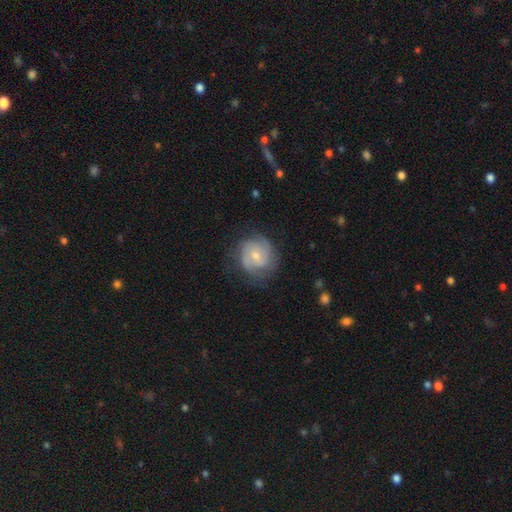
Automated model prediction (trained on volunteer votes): Smooth or featured?
  - featured or disk: 65% *
  - smooth: 28%
  - star or artifact: 7%
Edge-on disk?
  - no: 98% *
  - yes: 2%
Bar?
  - no: 56% *
  - weak: 37%
  - strong: 7%
Spiral arms?
  - yes: 88% *
  - no: 12%
Spiral winding?
  - tight: 51% *
  - medium: 37%
  - loose: 12%
Spiral arm count?
  - 2: 46% *
  - can't tell: 28%
  - 3: 15%
  - 1: 4%
  - 4: 4%
  - more than 4: 3%
Bulge size?
  - small: 53% *
  - moderate: 43%
  - large: 2%
  - none: 2%
  - dominant: 1%
Merging?
  - none: 69% *
  - minor disturbance: 20%
  - major disturbance: 9%
  - merger: 1%